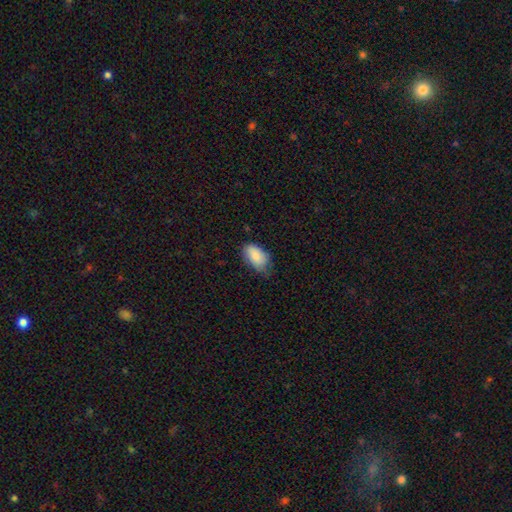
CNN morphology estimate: The model was most divided on "merging": none: 56%, minor disturbance: 35%, major disturbance: 7%, merger: 1%. More confident: how rounded — in between (94%); smooth or featured — smooth (86%).